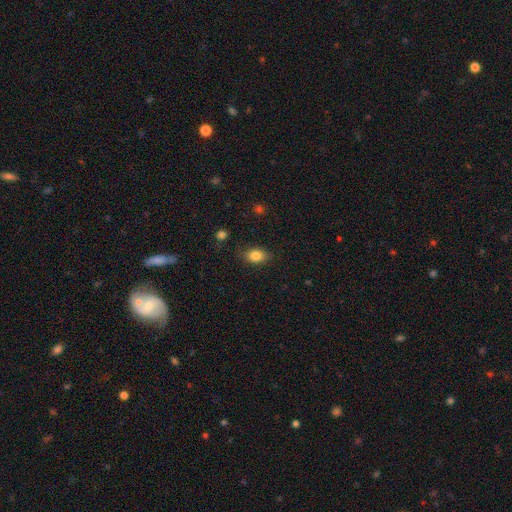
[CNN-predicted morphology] smooth 84%, star or artifact 9%, featured or disk 7%. Down the decision tree: how rounded — in between (78%); merging — none (82%).